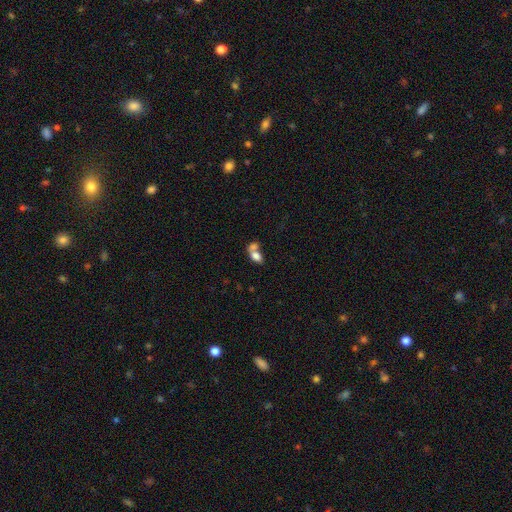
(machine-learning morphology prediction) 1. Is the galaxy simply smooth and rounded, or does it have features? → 77% smooth, 15% featured or disk, 8% star or artifact.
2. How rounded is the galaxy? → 87% in between, 9% round, 4% cigar-shaped.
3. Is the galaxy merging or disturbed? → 63% merger, 25% none, 8% minor disturbance, 5% major disturbance.